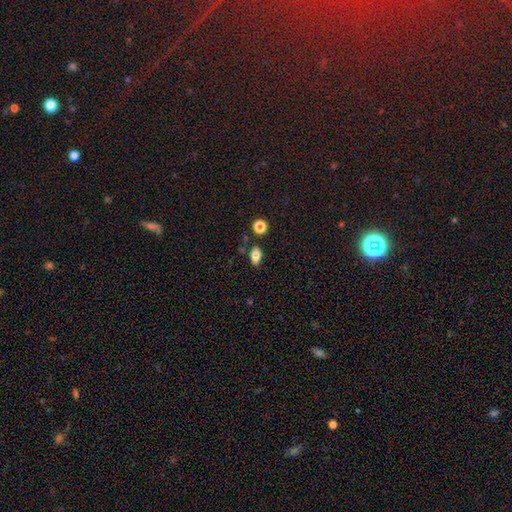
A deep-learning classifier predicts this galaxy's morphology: Overall: smooth (83%). How rounded: in between (87%). Merging: none (81%).